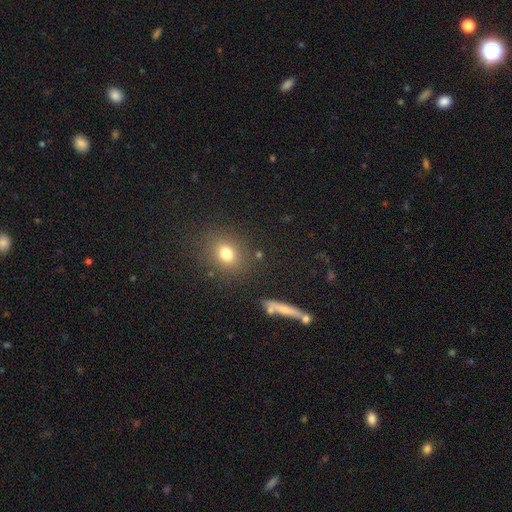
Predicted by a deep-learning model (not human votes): Morphology: type=smooth (66%); roundness=round (67%); merging=none (86%).